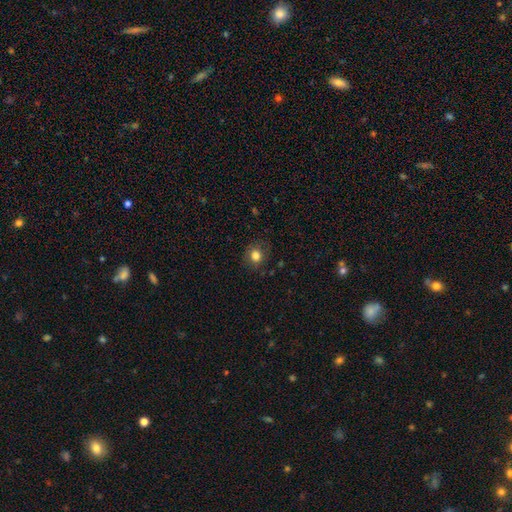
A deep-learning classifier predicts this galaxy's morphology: This is clearly a smooth galaxy (81%). How rounded: likely round (78%). Merging: clearly none (82%).